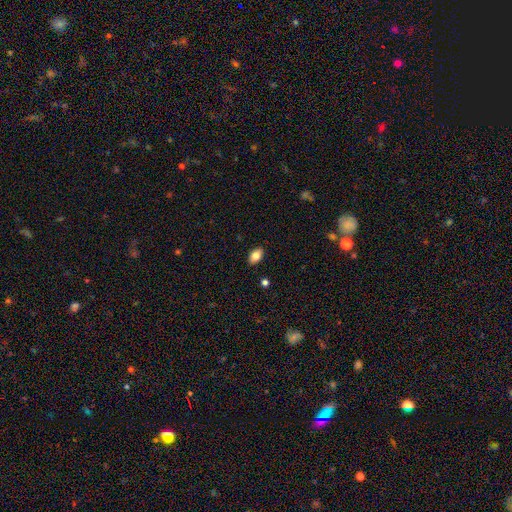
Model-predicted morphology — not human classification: Smooth or featured: smooth — 82% (featured or disk — 9%)
How rounded: in between — 90% (round — 8%)
Merging: none — 89% (minor disturbance — 8%)